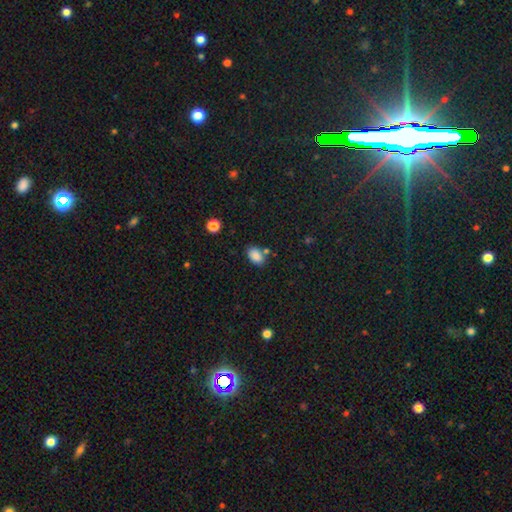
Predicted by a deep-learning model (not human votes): Overall: smooth (86%). How rounded: in between (86%). Merging: none (74%).